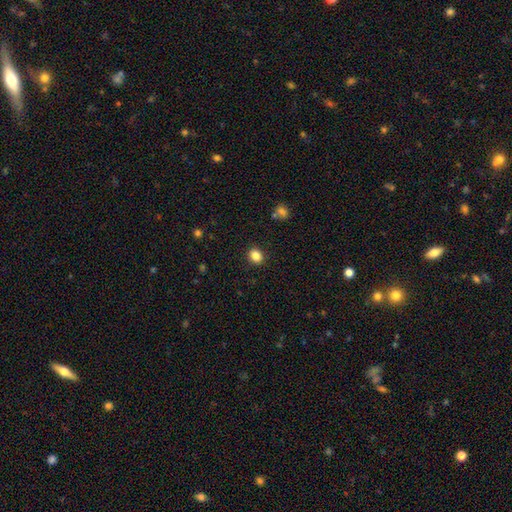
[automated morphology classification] This is clearly a smooth galaxy (85%). How rounded: likely round (65%). Merging: clearly none (90%).